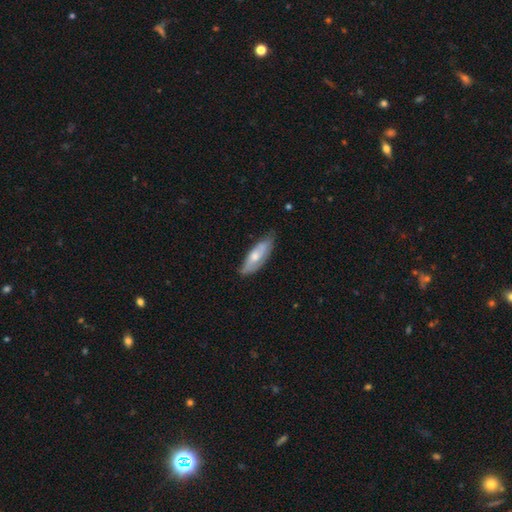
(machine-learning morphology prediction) Smooth or featured?
  - smooth: 55% *
  - featured or disk: 39%
  - star or artifact: 6%
How rounded?
  - in between: 64% *
  - cigar-shaped: 34%
  - round: 2%
Merging?
  - none: 61% *
  - minor disturbance: 31%
  - major disturbance: 6%
  - merger: 2%